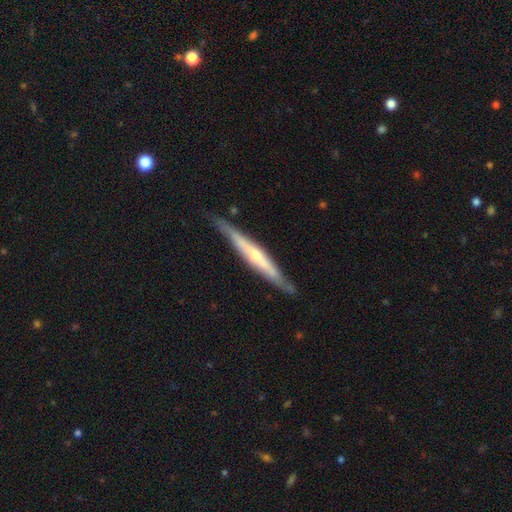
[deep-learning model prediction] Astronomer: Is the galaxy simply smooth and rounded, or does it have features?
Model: featured or disk — 68%.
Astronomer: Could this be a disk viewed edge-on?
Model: yes — 92%.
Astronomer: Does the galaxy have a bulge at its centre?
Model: rounded — 54% (runner-up: none, 35%).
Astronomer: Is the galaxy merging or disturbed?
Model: none — 82%.